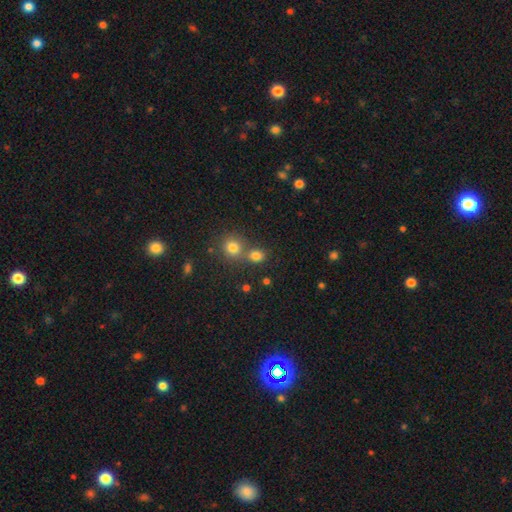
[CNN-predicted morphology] Smooth or featured? smooth (77%)
How rounded? round (63%)
Merging? none (54%)